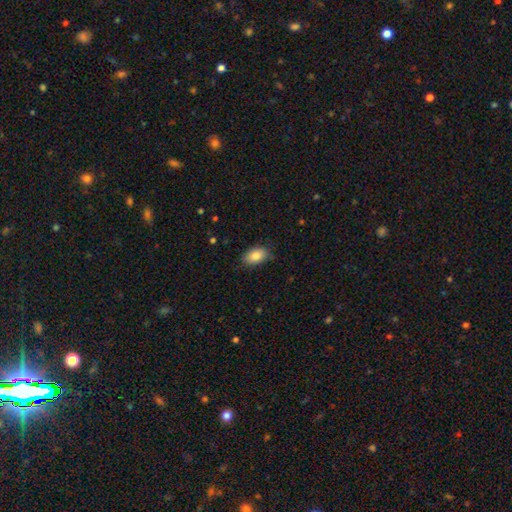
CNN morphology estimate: Smooth or featured? smooth (87%)
How rounded? in between (90%)
Merging? none (81%)